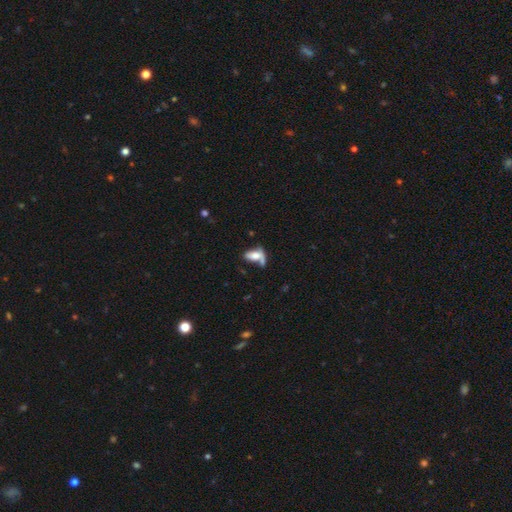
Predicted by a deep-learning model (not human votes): Overall: smooth (65%; featured or disk 26%). How rounded: in between (82%). Merging: merger (34%; none 29%).